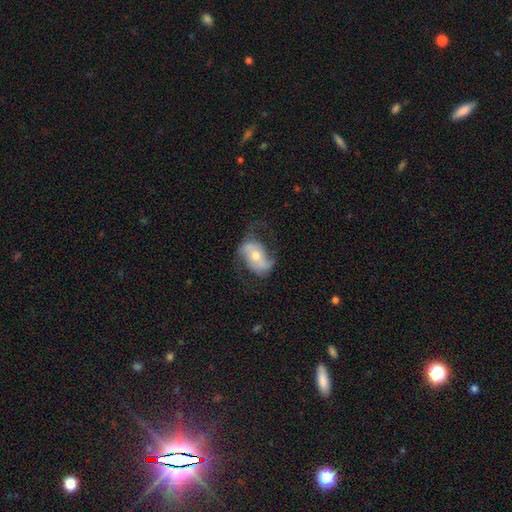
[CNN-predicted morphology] type=featured or disk (61%); edge-on=no (93%); bar=no (47%); spiral arms=yes (77%); bulge=moderate (62%); merging=none (55%).